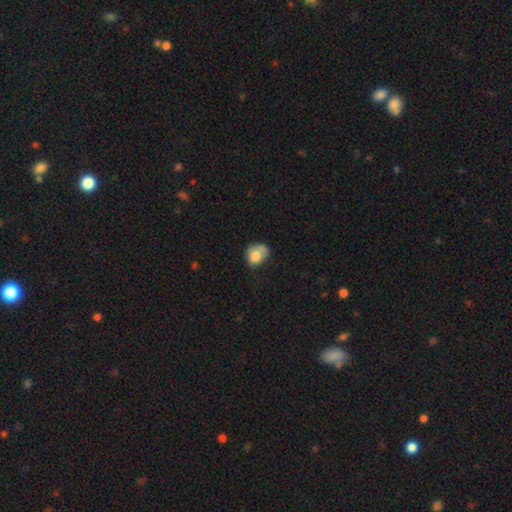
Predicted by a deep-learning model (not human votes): Overall: smooth (76%). How rounded: round (50%; in between 49%). Merging: none (38%; minor disturbance 37%).